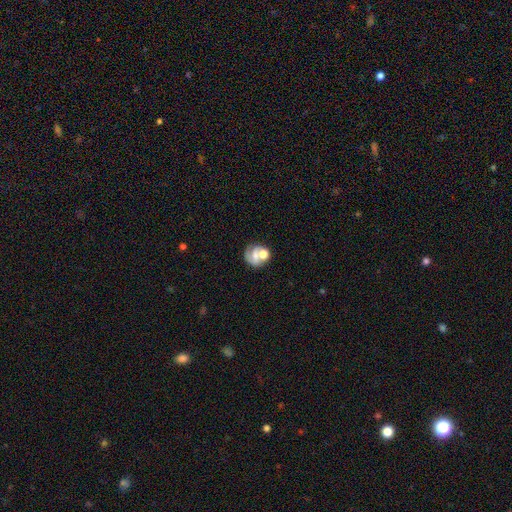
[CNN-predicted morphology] A smooth galaxy with no disk features (45%). Merging: none (44%).